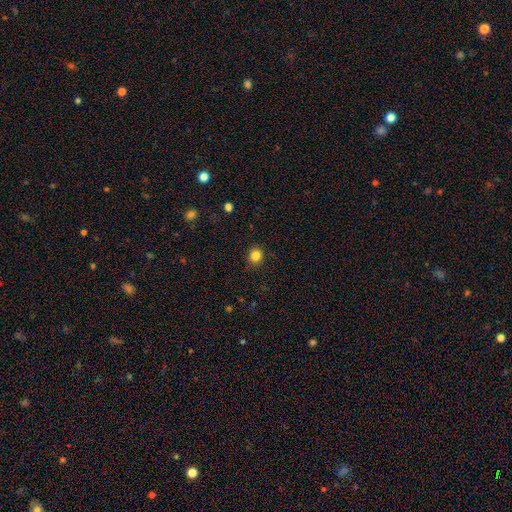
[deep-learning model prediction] This appears to be a smooth galaxy with no disk features (84%) that is round (87%). Merging: none (90%).